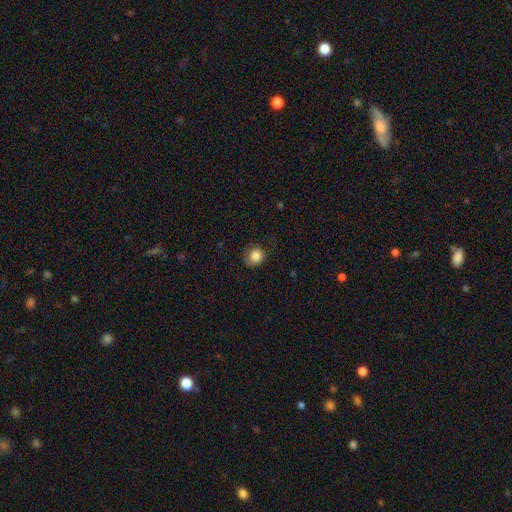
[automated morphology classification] A smooth galaxy with no disk features (83%) that is round (79%). Merging: none (65%).